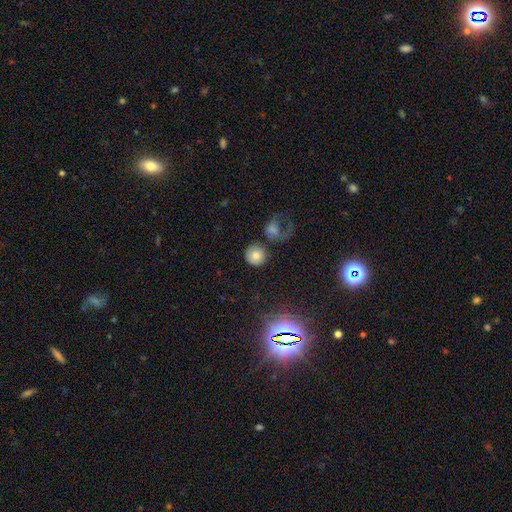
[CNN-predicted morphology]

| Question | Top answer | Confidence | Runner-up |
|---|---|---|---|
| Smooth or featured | smooth | 76% | star or artifact (13%) |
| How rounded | round | 93% | in between (6%) |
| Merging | none | 77% | minor disturbance (9%) |